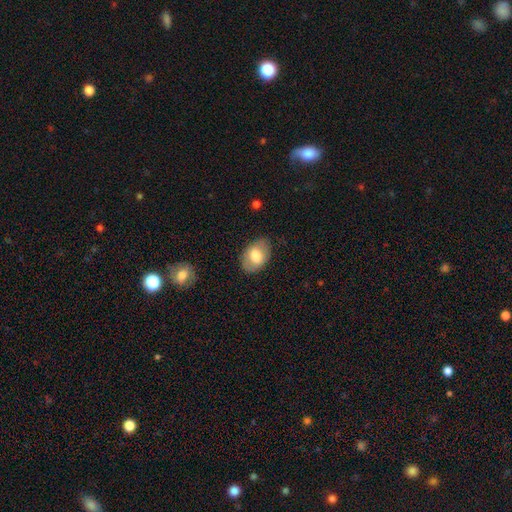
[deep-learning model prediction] smooth_or_featured: smooth (p=0.70) [alt: featured or disk p=0.23]
how_rounded: in between (p=0.82) [alt: round p=0.16]
merging: none (p=0.80) [alt: minor disturbance p=0.15]